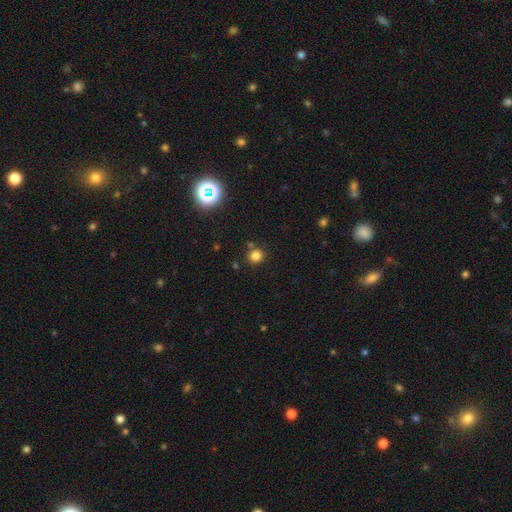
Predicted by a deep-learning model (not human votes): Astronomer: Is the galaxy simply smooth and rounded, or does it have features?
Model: smooth — 79%.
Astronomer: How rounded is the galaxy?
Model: round — 89%.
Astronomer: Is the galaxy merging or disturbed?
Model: none — 79%.